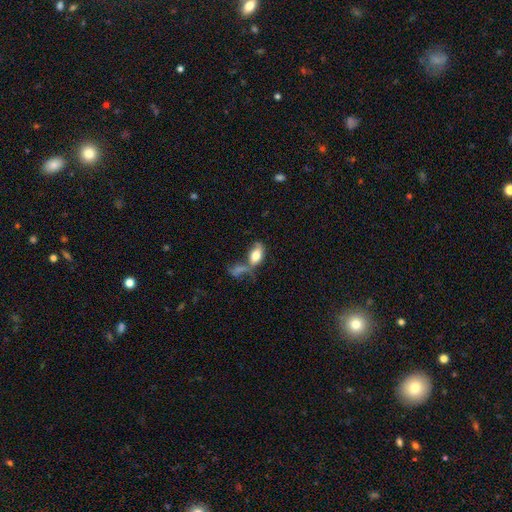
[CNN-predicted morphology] smooth 74%, featured or disk 19%, star or artifact 8%. Down the decision tree: how rounded — in between (89%); merging — merger (36%).